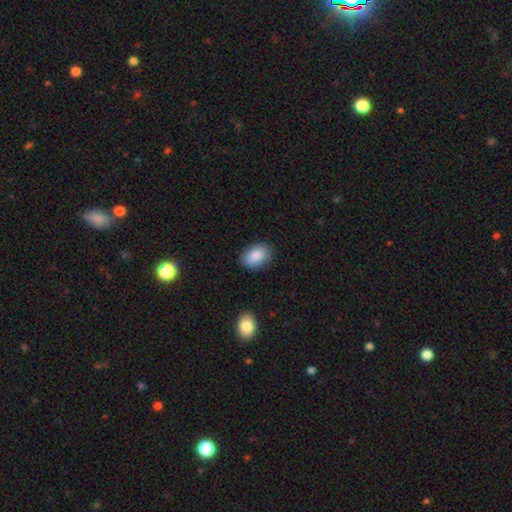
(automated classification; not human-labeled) Smooth or featured? smooth (87%)
How rounded? in between (84%)
Merging? none (83%)